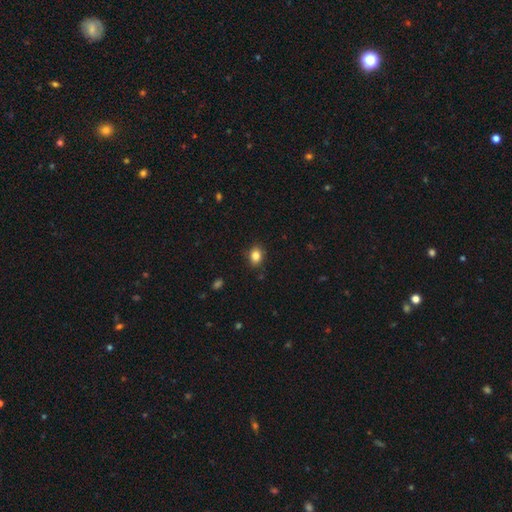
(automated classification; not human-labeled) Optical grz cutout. It shows a smooth galaxy with no disk features (84%) that is in between round and cigar-shaped (53%). Merging: none (87%).